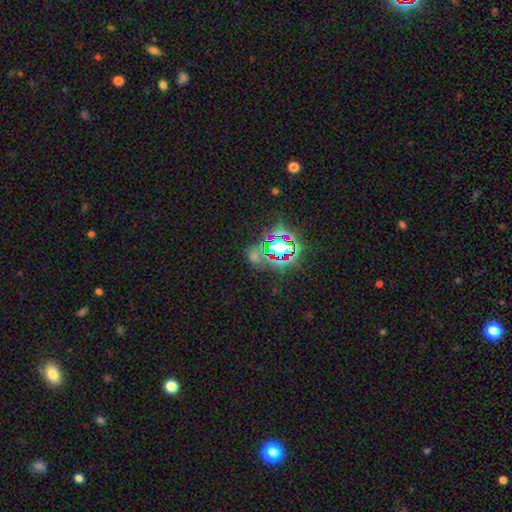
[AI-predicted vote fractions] Q: Smooth or featured?
A: star or artifact (71%); runner-up: smooth (20%)